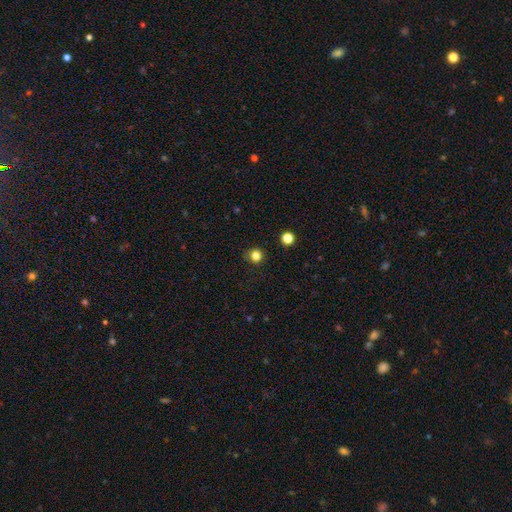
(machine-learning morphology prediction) smooth 82%, star or artifact 14%, featured or disk 5%. Down the decision tree: how rounded — round (91%); merging — none (87%).